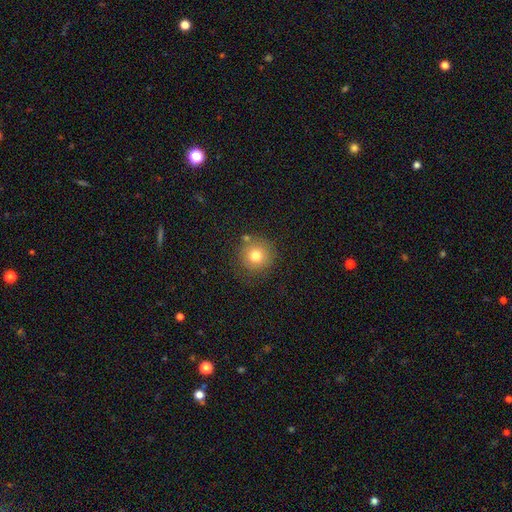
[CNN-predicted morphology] Overall: smooth (77%). How rounded: round (94%). Merging: none (79%).